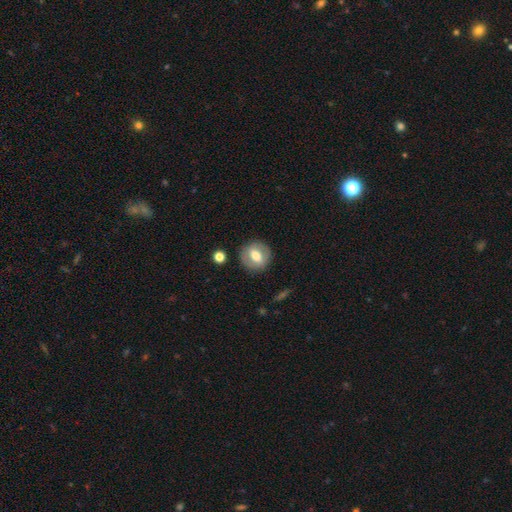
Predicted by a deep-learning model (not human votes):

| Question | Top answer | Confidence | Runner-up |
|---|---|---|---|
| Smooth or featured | smooth | 52% | featured or disk (41%) |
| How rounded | round | 75% | in between (24%) |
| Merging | none | 85% | minor disturbance (10%) |